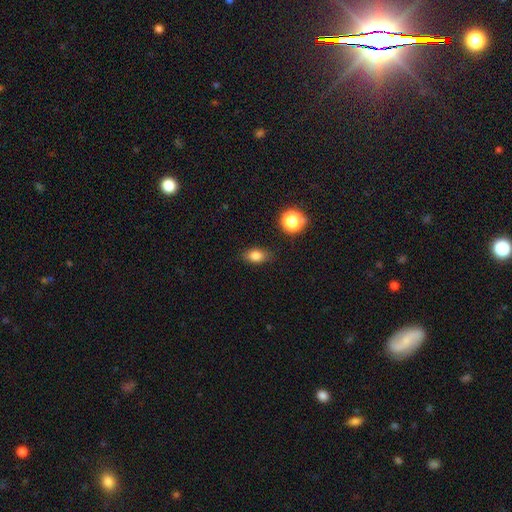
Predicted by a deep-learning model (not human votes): Morphology: type=smooth (81%); roundness=in between (80%); merging=none (84%).